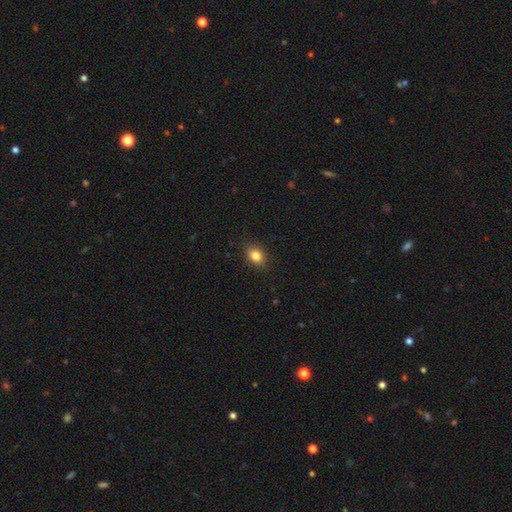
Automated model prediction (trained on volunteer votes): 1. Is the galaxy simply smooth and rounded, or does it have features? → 84% smooth, 10% star or artifact, 6% featured or disk.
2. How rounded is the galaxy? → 68% in between, 31% round, 1% cigar-shaped.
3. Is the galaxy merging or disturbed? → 87% none, 10% minor disturbance, 2% major disturbance, 1% merger.